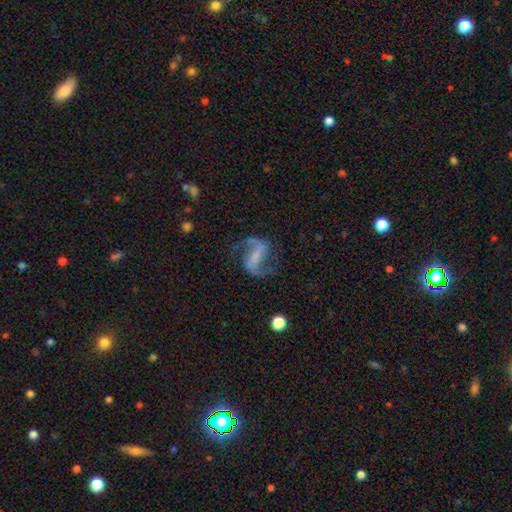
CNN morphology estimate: Overall: featured or disk (86%). Edge-on disk: no (97%). Bar: strong (55%; weak 31%). Spiral arms: yes (96%). Spiral arm count: 2 (93%). Spiral winding: loose (53%; medium 39%). Bulge size: small (41%; none 35%). Merging: none (74%).